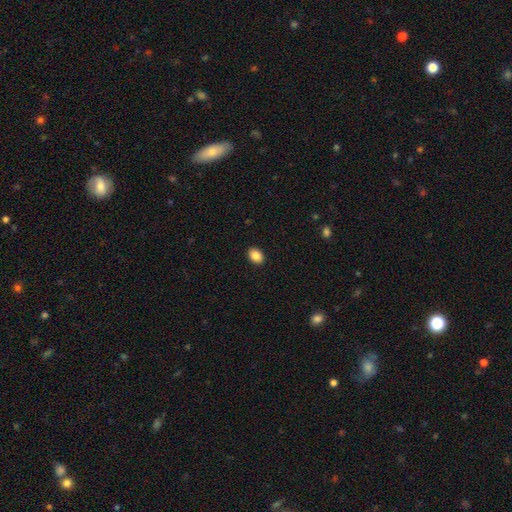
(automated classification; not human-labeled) smooth-or-featured: smooth: 87% | star or artifact: 8% | featured or disk: 4%
  how-rounded: in between: 71% | round: 29% | cigar-shaped: 1%
  merging: none: 91% | minor disturbance: 6% | major disturbance: 2% | merger: 1%